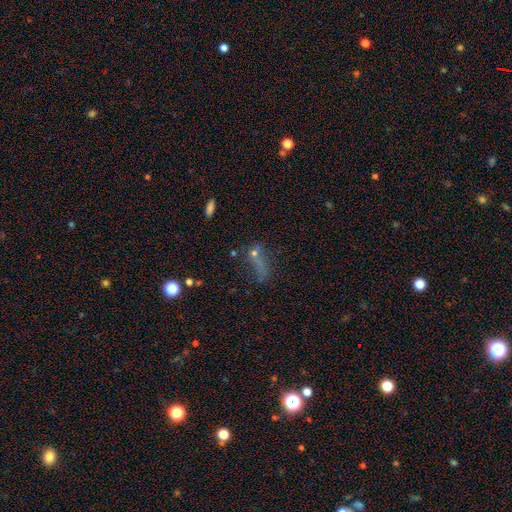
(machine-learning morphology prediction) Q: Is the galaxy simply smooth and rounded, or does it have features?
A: smooth — 44%.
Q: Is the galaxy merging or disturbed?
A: major disturbance — 35%.